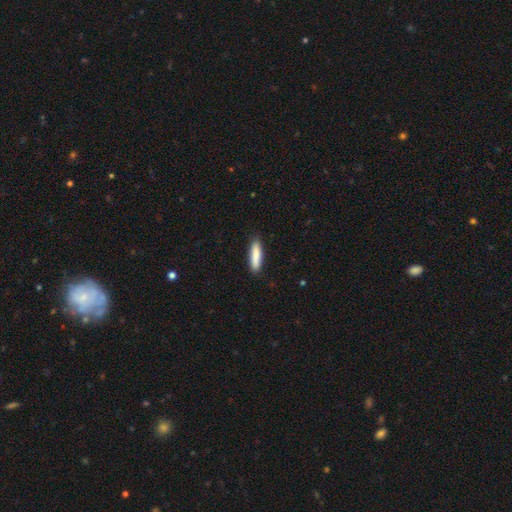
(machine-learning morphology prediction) smooth_or_featured: smooth (p=0.87) [alt: featured or disk p=0.08]
how_rounded: cigar-shaped (p=0.74) [alt: in between p=0.25]
merging: none (p=0.89) [alt: minor disturbance p=0.08]